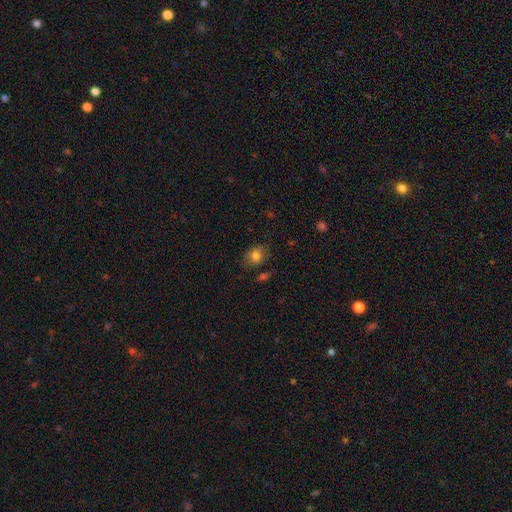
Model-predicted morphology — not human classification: A smooth galaxy with no disk features (78%) that is in between round and cigar-shaped (65%).

Vote fractions:
- Smooth or featured? smooth: 78% / featured or disk: 12% / star or artifact: 10%
- How rounded? in between: 65% / round: 34% / cigar-shaped: 1%
- Merging? none: 70% / minor disturbance: 20% / major disturbance: 6% / merger: 4%